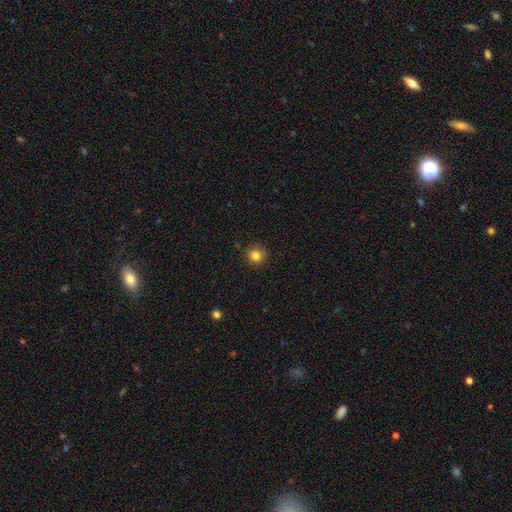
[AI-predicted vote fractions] The model was most divided on "smooth or featured": smooth: 82%, star or artifact: 12%, featured or disk: 6%. More confident: how rounded — round (92%); merging — none (88%).